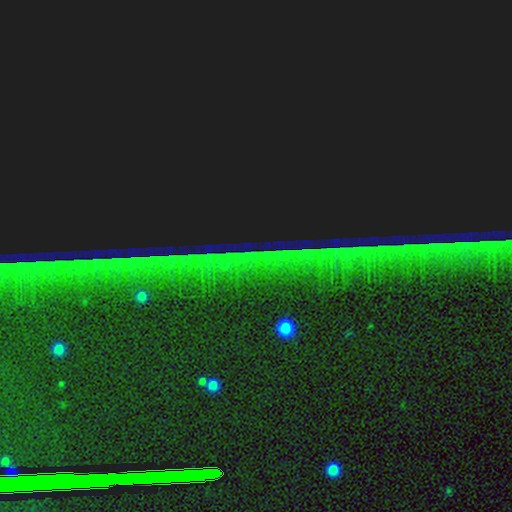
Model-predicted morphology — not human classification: This appears to be a star or artifact, not a galaxy (83%).